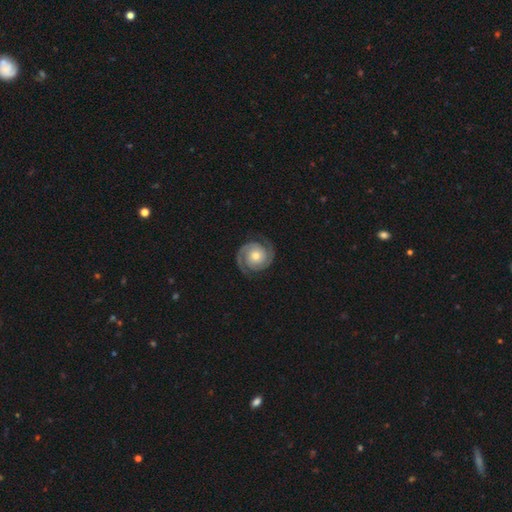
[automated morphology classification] type=featured or disk (90%); edge-on=no (98%); bar=no (78%); spiral arms=yes (98%); winding=tight (66%); arm count=2 (93%); bulge=moderate (63%); merging=none (85%).